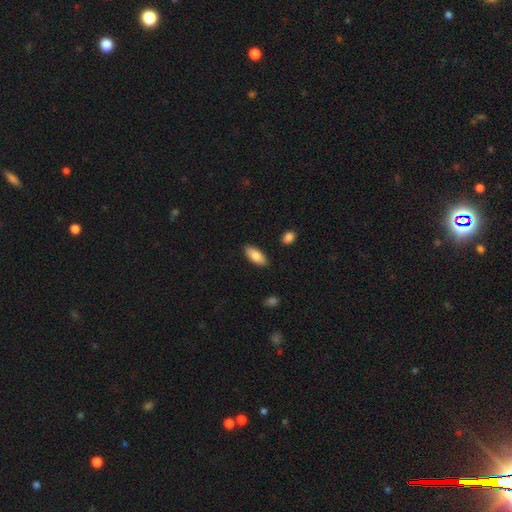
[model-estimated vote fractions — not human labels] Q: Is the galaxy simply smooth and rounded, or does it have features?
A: smooth — 83%.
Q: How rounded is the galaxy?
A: in between — 86%.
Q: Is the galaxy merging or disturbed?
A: none — 87%.